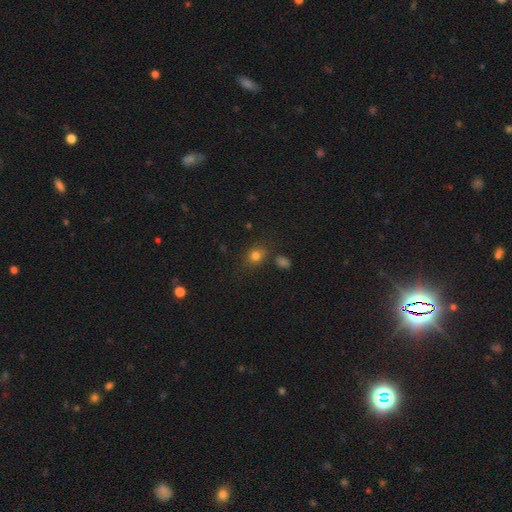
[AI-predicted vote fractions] Smooth or featured?
  - smooth: 78% *
  - star or artifact: 15%
  - featured or disk: 8%
How rounded?
  - round: 61% *
  - in between: 38%
  - cigar-shaped: 1%
Merging?
  - none: 73% *
  - minor disturbance: 14%
  - merger: 8%
  - major disturbance: 5%